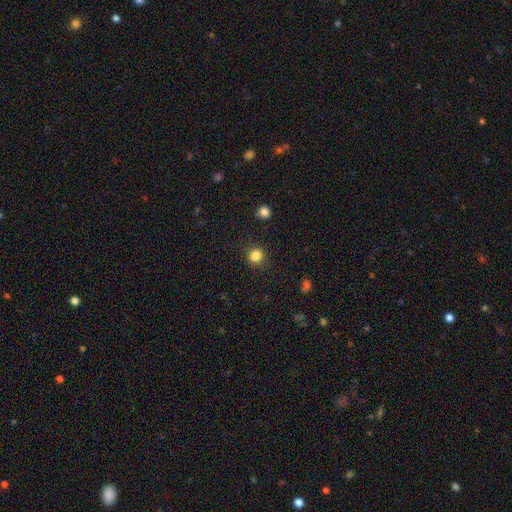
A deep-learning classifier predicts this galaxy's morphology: Smooth or featured: smooth — 84% (star or artifact — 12%)
How rounded: round — 92% (in between — 7%)
Merging: none — 90% (minor disturbance — 6%)